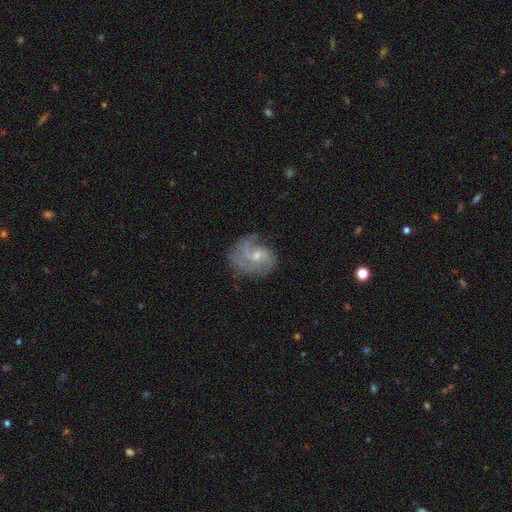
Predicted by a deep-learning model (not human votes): smooth_or_featured: featured or disk (p=0.79) [alt: smooth p=0.14]
disk_edge_on: no (p=0.98) [alt: yes p=0.02]
bar: no (p=0.52) [alt: weak p=0.43]
has_spiral_arms: yes (p=0.93) [alt: no p=0.07]
spiral_winding: medium (p=0.46) [alt: tight p=0.29]
spiral_arm_count: 2 (p=0.45) [alt: can't tell p=0.18]
bulge_size: small (p=0.55) [alt: moderate p=0.36]
merging: none (p=0.59) [alt: minor disturbance p=0.23]